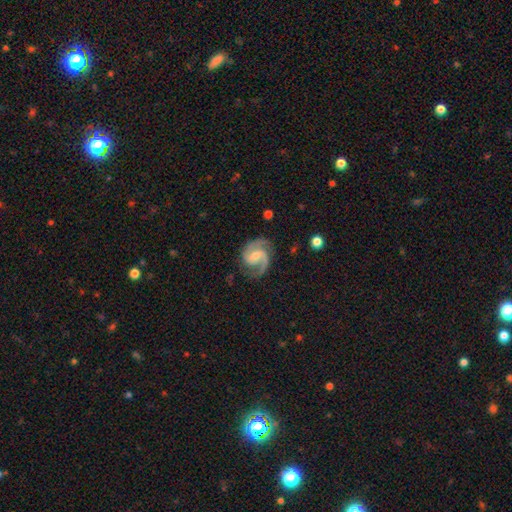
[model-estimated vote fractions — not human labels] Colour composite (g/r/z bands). It shows a featured or disk galaxy (92%) with a weak bar (49%), 2 (89%) medium (60%) spiral arms (98%) and a small central bulge (48%). Merging: none (76%).